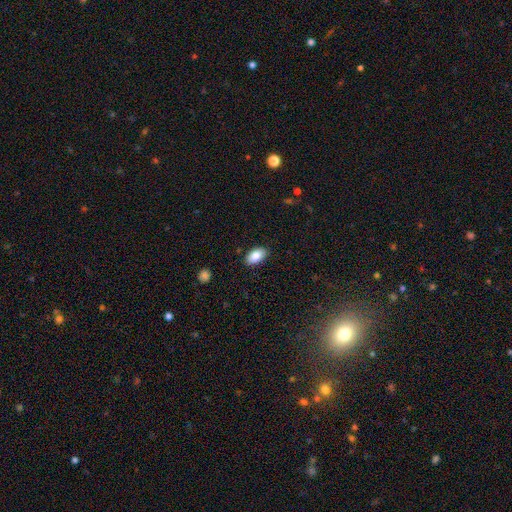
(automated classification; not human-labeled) smooth 86%, star or artifact 7%, featured or disk 7%. Down the decision tree: how rounded — in between (94%); merging — none (88%).